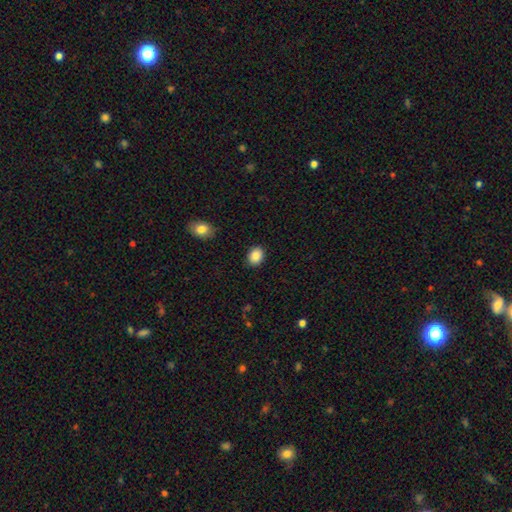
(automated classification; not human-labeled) Smooth or featured? smooth (87%)
How rounded? in between (54%)
Merging? none (89%)